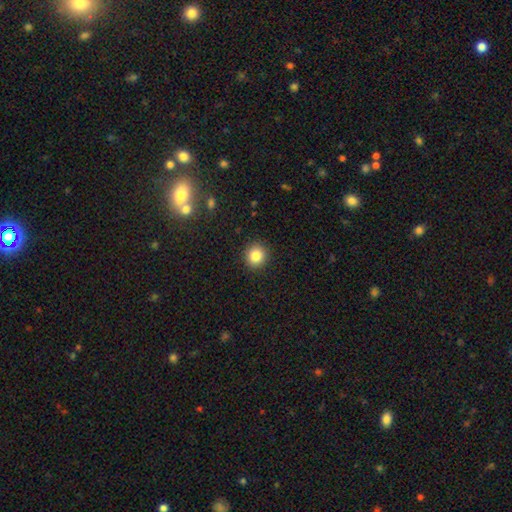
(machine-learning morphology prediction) A smooth galaxy with no disk features (84%) that is round (88%).

Vote fractions:
- Smooth or featured? smooth: 84% / star or artifact: 10% / featured or disk: 6%
- How rounded? round: 88% / in between: 11% / cigar-shaped: 1%
- Merging? none: 91% / minor disturbance: 6% / major disturbance: 2% / merger: 1%